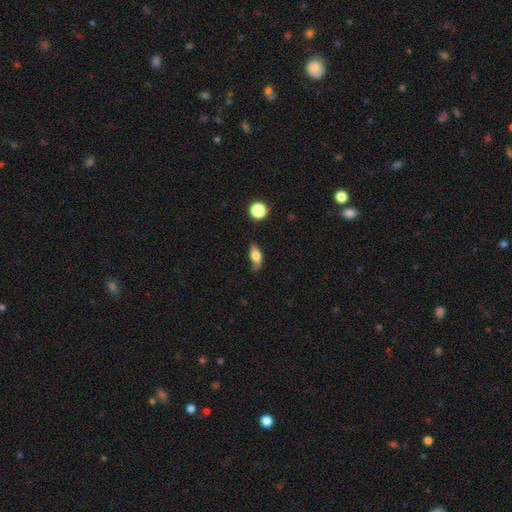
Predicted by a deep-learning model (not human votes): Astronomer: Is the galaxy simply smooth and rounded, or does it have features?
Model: smooth — 71%.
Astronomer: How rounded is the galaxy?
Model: in between — 77%.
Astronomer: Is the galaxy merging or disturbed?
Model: none — 49% (runner-up: minor disturbance, 35%).